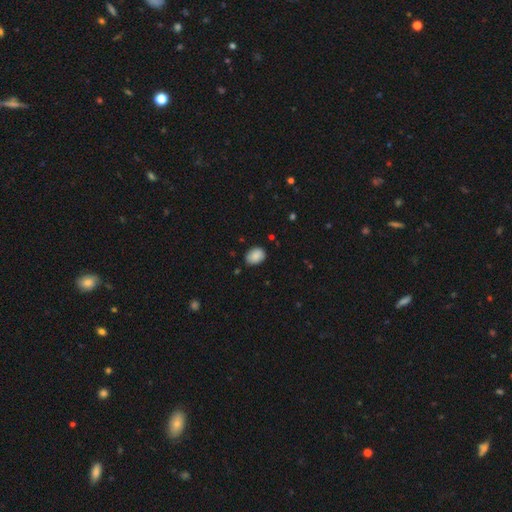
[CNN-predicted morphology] Smooth or featured?
  - smooth: 88% *
  - star or artifact: 8%
  - featured or disk: 5%
How rounded?
  - in between: 72% *
  - round: 27%
  - cigar-shaped: 1%
Merging?
  - none: 82% *
  - minor disturbance: 14%
  - major disturbance: 2%
  - merger: 1%